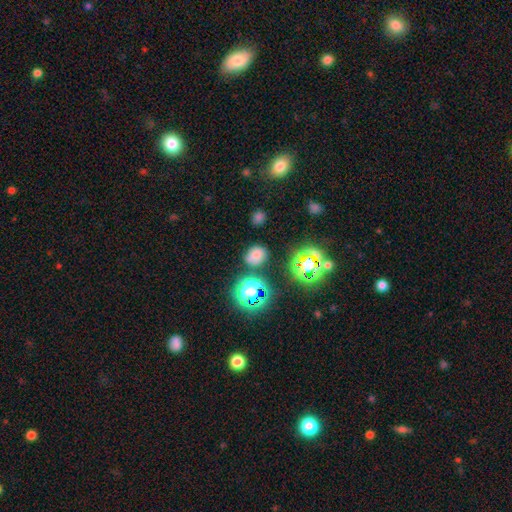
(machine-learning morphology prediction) Smooth or featured? smooth (63%)
How rounded? round (50%)
Merging? none (76%)